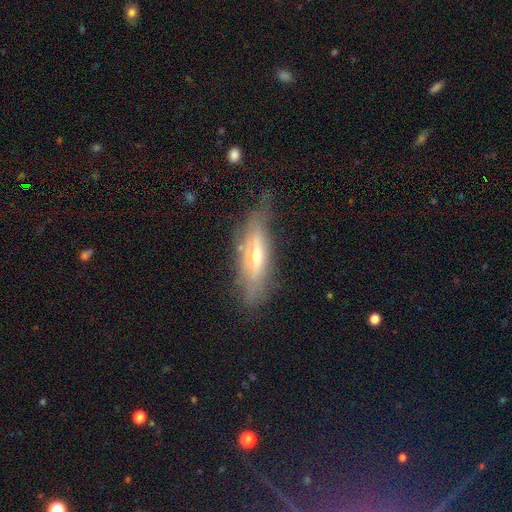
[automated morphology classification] Overall: featured or disk (63%; smooth 29%). Edge-on disk: yes (77%). Merging: none (68%).